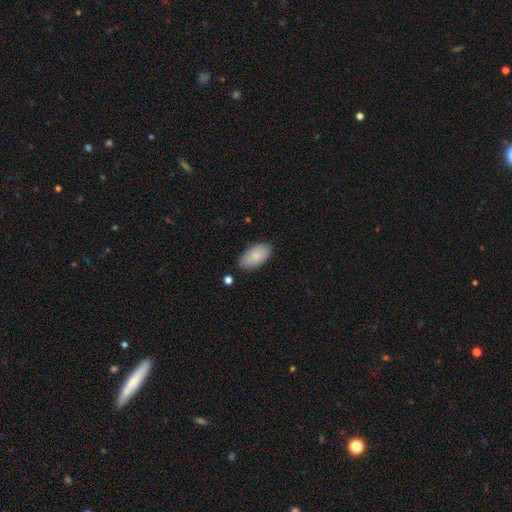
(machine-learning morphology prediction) type=smooth (83%); roundness=in between (95%); merging=none (83%).